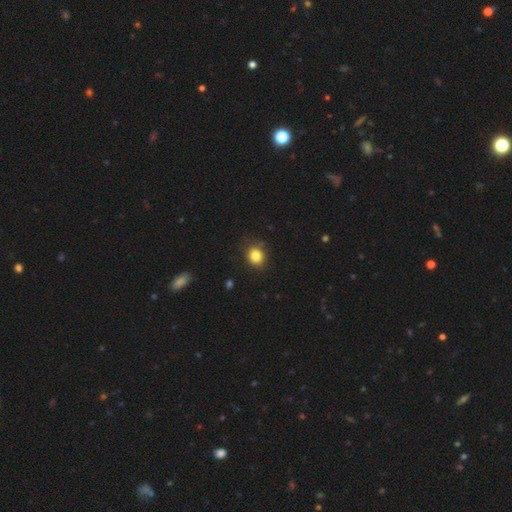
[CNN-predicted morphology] This is clearly a smooth galaxy (83%). How rounded: likely round (69%). Merging: clearly none (84%).